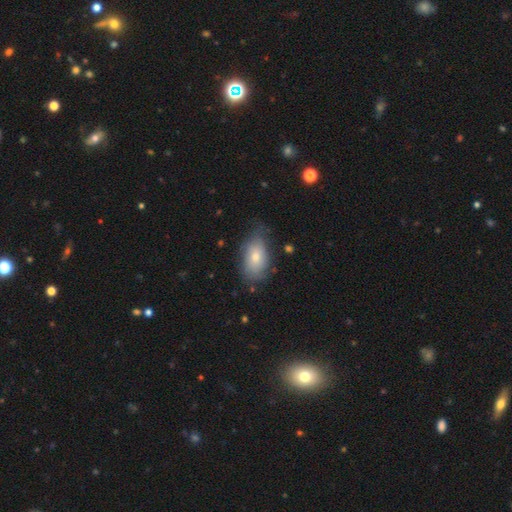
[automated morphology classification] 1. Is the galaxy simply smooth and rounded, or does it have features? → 66% smooth, 25% featured or disk, 9% star or artifact.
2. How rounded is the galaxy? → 89% in between, 8% round, 2% cigar-shaped.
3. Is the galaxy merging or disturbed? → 62% none, 28% minor disturbance, 8% major disturbance, 2% merger.